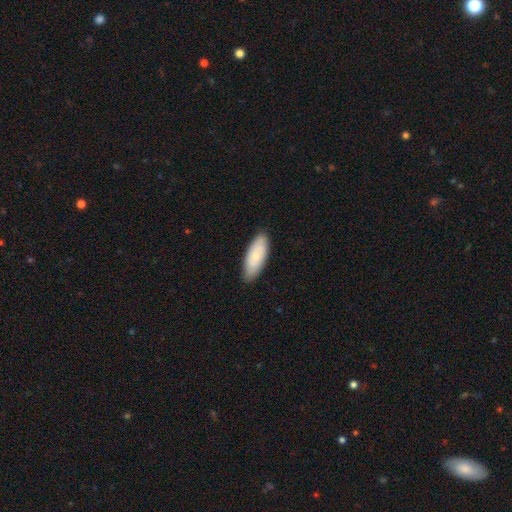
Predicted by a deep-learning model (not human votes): Q: Smooth or featured?
A: smooth (75%); runner-up: featured or disk (20%)
Q: How rounded?
A: in between (76%); runner-up: cigar-shaped (22%)
Q: Merging?
A: none (86%); runner-up: minor disturbance (12%)